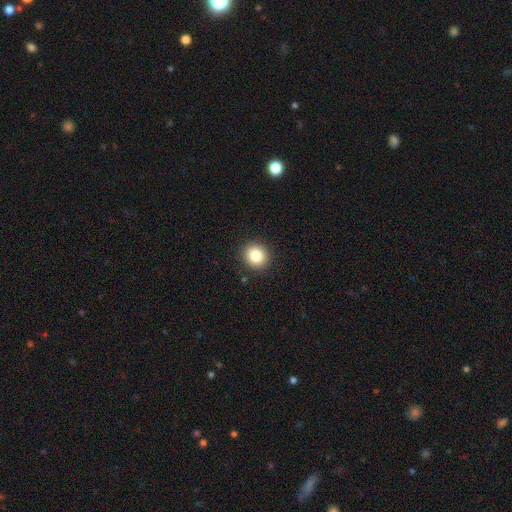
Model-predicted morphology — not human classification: smooth 83%, star or artifact 11%, featured or disk 7%. Down the decision tree: how rounded — round (86%); merging — none (91%).